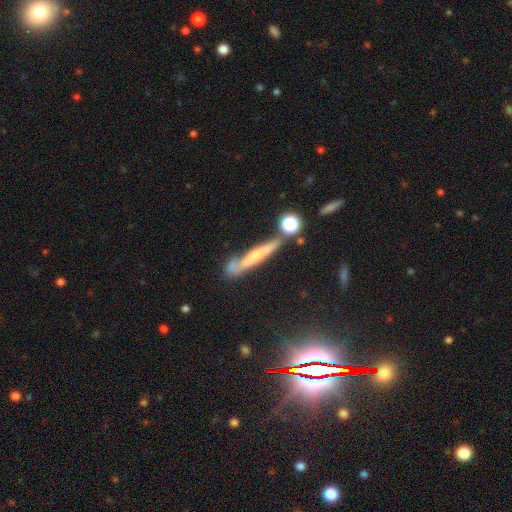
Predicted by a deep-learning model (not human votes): A featured or disk galaxy (47%). Merging: none (62%).